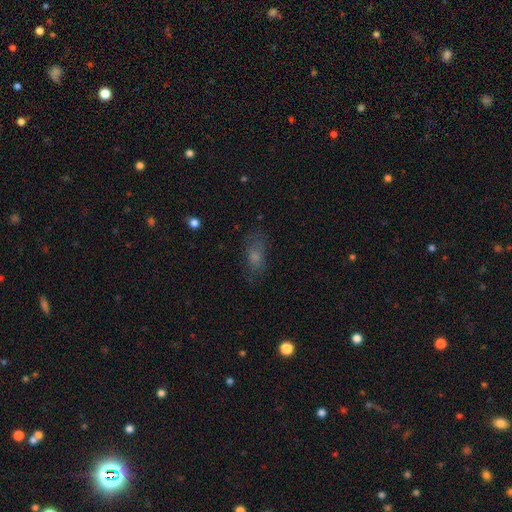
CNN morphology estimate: The model was most divided on "smooth or featured": smooth: 56%, featured or disk: 24%, star or artifact: 20%. More confident: merging — none (75%); how rounded — in between (70%).